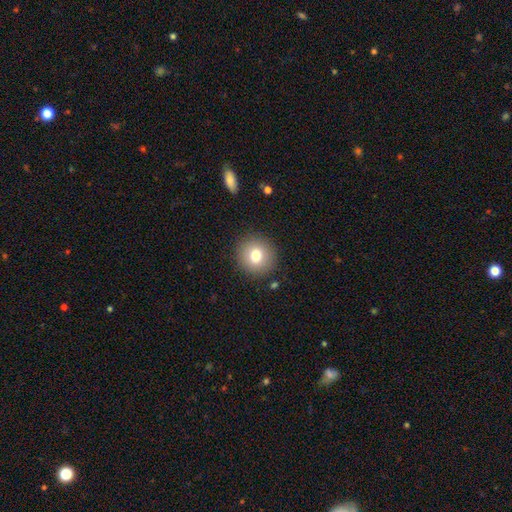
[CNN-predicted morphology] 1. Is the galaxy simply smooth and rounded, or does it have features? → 77% smooth, 13% featured or disk, 10% star or artifact.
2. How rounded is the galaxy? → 92% round, 7% in between, 1% cigar-shaped.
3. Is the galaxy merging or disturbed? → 90% none, 7% minor disturbance, 2% major disturbance, 1% merger.